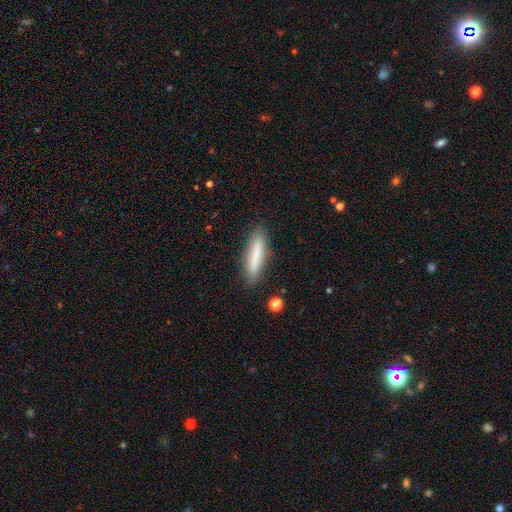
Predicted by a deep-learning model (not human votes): Morphology: type=smooth (74%); roundness=cigar-shaped (83%); merging=none (85%).